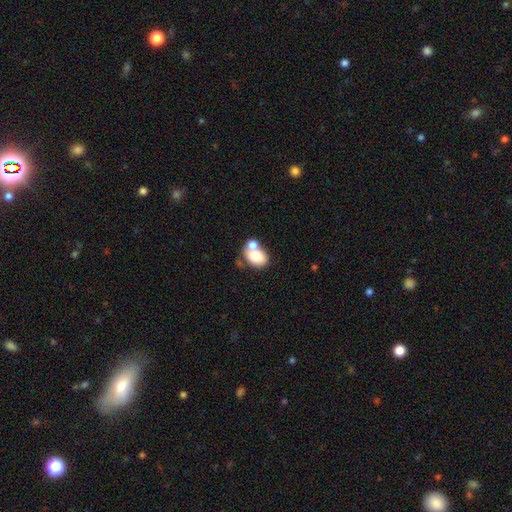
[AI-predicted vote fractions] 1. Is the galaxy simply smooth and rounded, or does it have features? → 77% smooth, 14% featured or disk, 8% star or artifact.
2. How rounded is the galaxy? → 72% in between, 27% round, 1% cigar-shaped.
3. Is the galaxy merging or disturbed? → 47% merger, 34% none, 12% minor disturbance, 6% major disturbance.